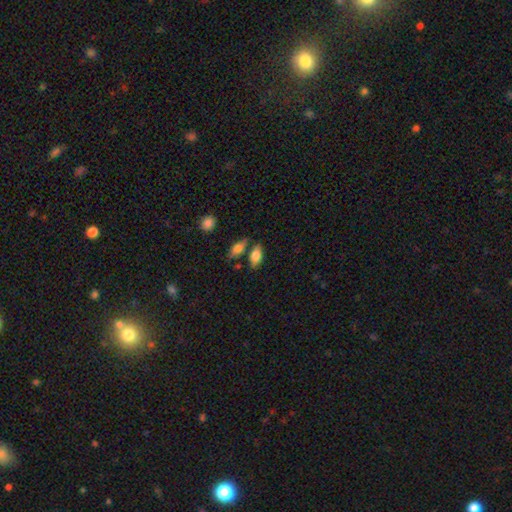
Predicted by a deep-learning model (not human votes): A smooth galaxy with no disk features (79%) that is in between round and cigar-shaped (87%).

Vote fractions:
- Smooth or featured? smooth: 79% / featured or disk: 14% / star or artifact: 7%
- How rounded? in between: 87% / cigar-shaped: 9% / round: 4%
- Merging? none: 67% / merger: 15% / minor disturbance: 14% / major disturbance: 4%